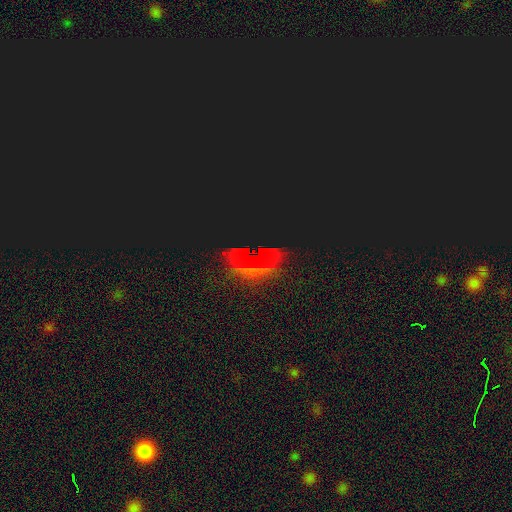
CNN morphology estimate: Q: Smooth or featured?
A: star or artifact (67%); runner-up: smooth (19%)